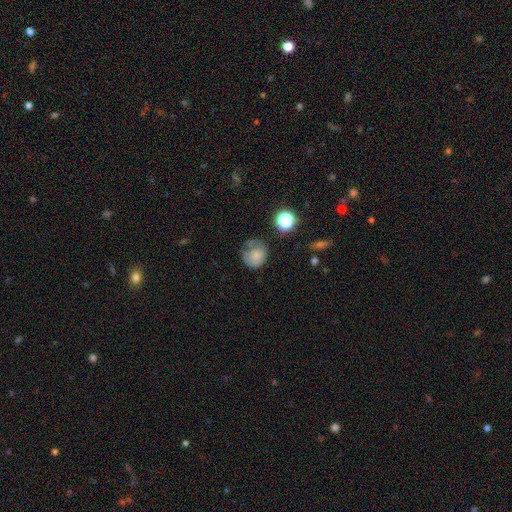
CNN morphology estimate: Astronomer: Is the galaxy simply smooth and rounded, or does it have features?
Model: smooth — 72%.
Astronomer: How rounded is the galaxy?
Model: round — 76%.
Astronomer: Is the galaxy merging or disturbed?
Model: none — 42% (runner-up: minor disturbance, 30%).